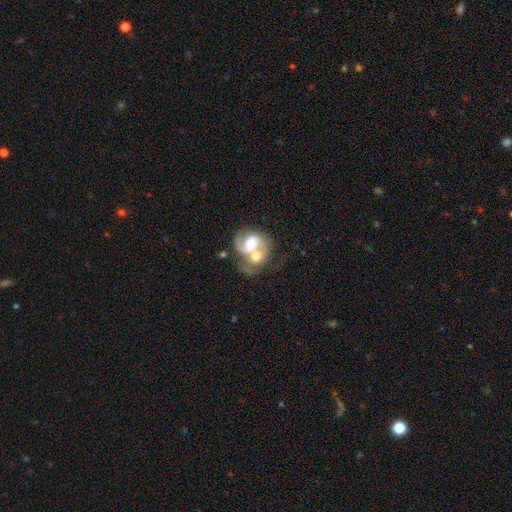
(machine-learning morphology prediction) featured or disk 72%, smooth 23%, star or artifact 6%. Down the decision tree: edge-on disk — no (98%); bar — no (56%); spiral arms — yes (84%); spiral arm count — 2 (70%); spiral winding — medium (48%); bulge size — moderate (58%); merging — merger (70%).